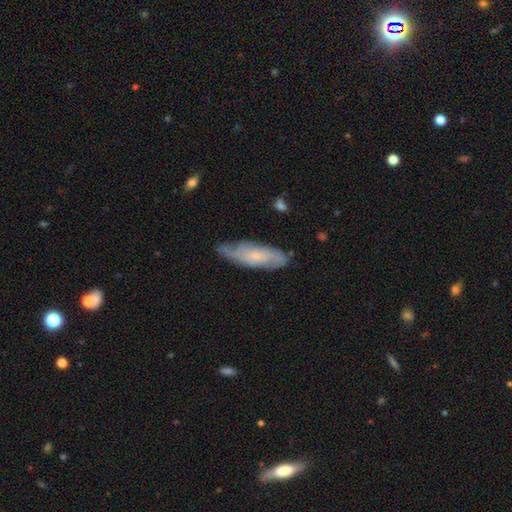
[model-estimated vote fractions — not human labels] This appears to be a featured or disk galaxy (57%). Merging: none (72%).